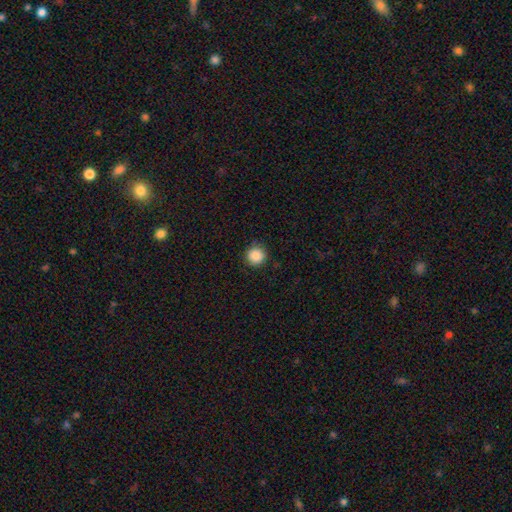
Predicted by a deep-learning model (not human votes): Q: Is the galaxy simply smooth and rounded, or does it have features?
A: smooth — 87%.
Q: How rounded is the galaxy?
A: round — 95%.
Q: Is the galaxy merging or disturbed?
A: none — 89%.